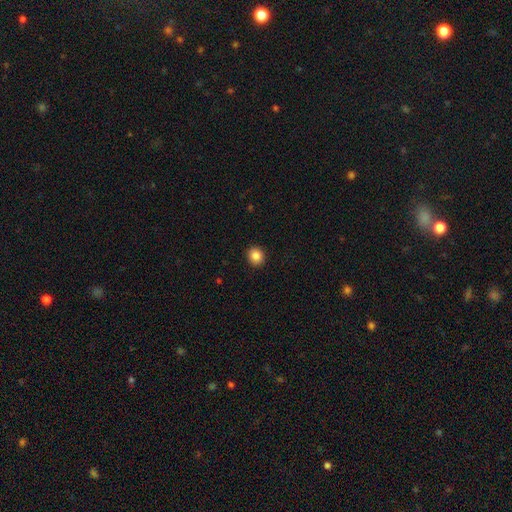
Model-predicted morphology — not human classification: A smooth galaxy with no disk features (86%) that is round (83%). Merging: none (92%).